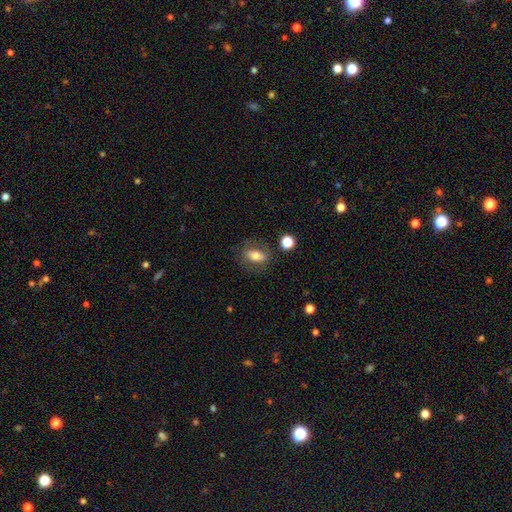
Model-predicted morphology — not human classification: smooth_or_featured: smooth (p=0.64) [alt: featured or disk p=0.27]
how_rounded: in between (p=0.76) [alt: round p=0.17]
merging: none (p=0.74) [alt: minor disturbance p=0.15]